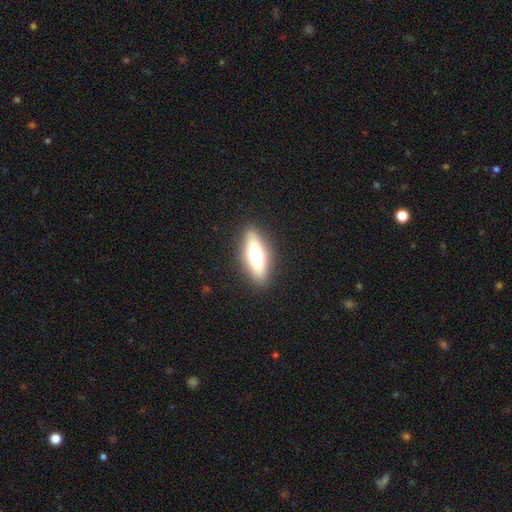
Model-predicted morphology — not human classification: type=smooth (51%); roundness=in between (53%); merging=none (88%).